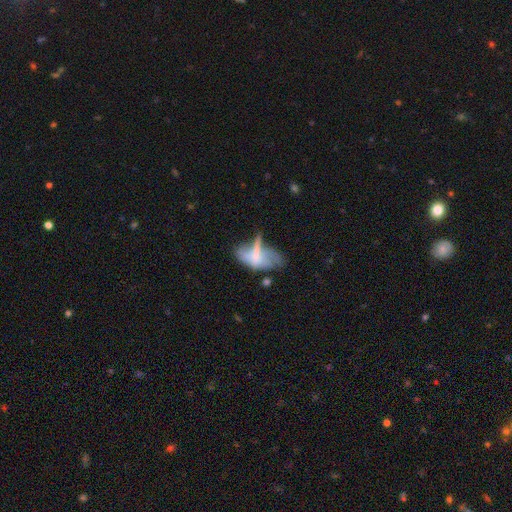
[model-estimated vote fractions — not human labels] Smooth or featured? Predicted: smooth (p=0.53). How rounded? Predicted: in between (p=0.84). Merging? Predicted: major disturbance (p=0.34).